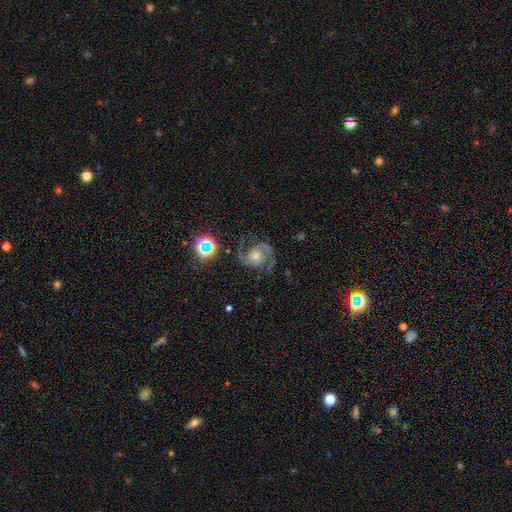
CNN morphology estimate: type=featured or disk (84%); edge-on=no (98%); bar=no (69%); spiral arms=yes (97%); winding=medium (54%); arm count=2 (89%); bulge=moderate (44%, tied with small); merging=none (75%).